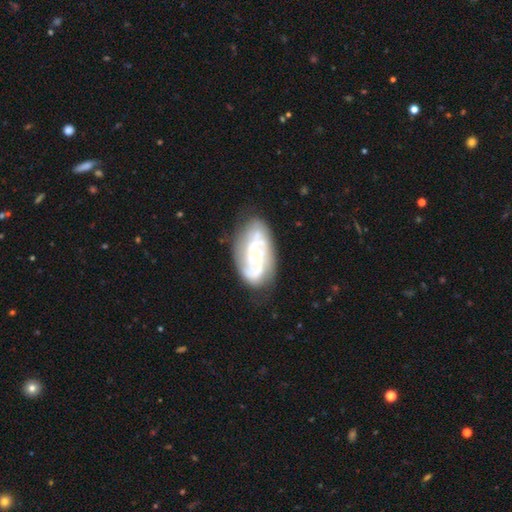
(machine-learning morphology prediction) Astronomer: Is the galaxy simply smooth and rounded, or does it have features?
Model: featured or disk — 82%.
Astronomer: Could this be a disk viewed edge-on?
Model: no — 96%.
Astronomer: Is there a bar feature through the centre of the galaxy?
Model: no — 59%.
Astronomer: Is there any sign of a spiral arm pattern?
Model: yes — 92%.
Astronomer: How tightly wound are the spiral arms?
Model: tight — 48% (runner-up: medium, 40%).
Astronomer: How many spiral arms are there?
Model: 2 — 49%.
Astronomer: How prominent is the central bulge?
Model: small — 56% (runner-up: moderate, 38%).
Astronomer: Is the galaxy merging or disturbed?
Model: none — 71%.